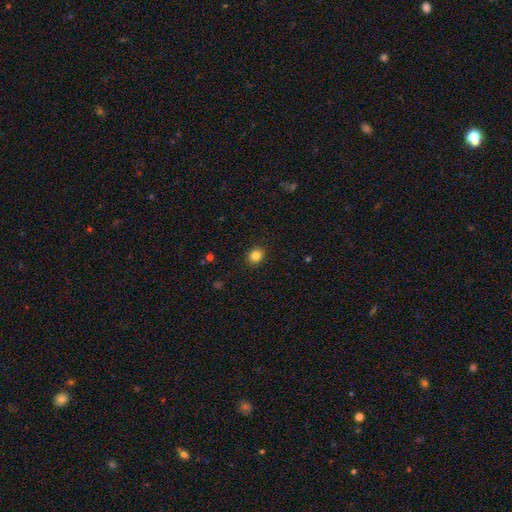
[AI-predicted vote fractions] Morphology: type=smooth (83%); roundness=round (72%); merging=none (90%).